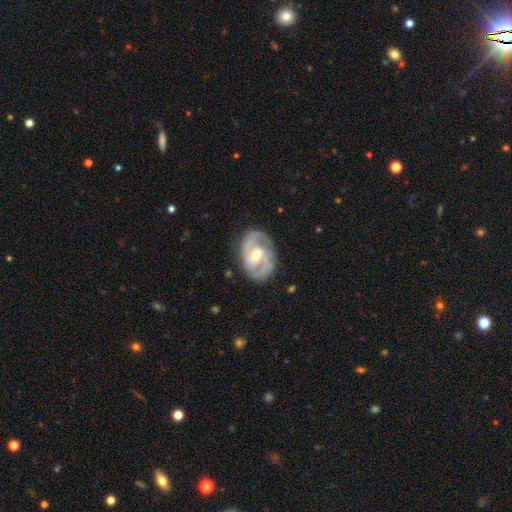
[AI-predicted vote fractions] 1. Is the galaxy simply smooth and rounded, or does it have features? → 89% featured or disk, 7% smooth, 4% star or artifact.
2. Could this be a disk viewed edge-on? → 97% no, 3% yes.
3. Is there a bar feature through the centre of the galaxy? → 47% weak, 28% no, 25% strong.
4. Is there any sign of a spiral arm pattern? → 96% yes, 4% no.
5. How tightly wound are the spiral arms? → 52% medium, 36% tight, 12% loose.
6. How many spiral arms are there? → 83% 2, 7% 3, 5% can't tell, 2% 1, 1% 4, 1% more than 4.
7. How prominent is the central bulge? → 60% moderate, 36% small, 3% large, 1% none, 1% dominant.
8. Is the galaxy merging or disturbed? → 79% none, 15% minor disturbance, 5% major disturbance, 1% merger.